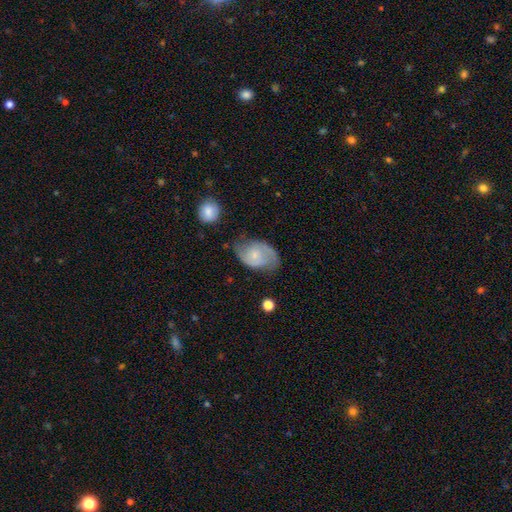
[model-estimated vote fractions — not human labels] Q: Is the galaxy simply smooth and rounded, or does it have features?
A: featured or disk — 67%.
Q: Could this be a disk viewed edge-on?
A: no — 97%.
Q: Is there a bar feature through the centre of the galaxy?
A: no — 67%.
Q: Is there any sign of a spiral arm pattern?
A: yes — 89%.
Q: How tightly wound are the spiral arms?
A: medium — 46%.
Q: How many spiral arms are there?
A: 2 — 82%.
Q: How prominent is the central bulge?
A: small — 64%.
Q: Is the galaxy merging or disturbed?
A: none — 58%.